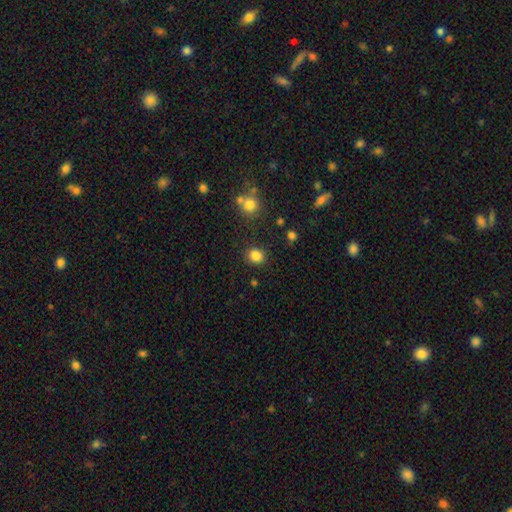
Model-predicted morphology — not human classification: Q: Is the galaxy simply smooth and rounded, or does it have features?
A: smooth — 85%.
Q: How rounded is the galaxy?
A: round — 76%.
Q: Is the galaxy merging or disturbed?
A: none — 85%.